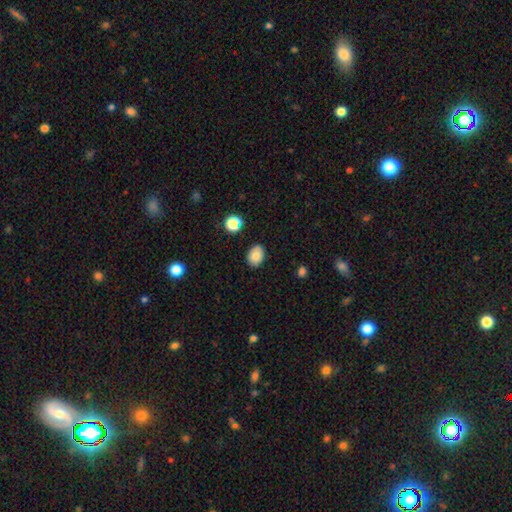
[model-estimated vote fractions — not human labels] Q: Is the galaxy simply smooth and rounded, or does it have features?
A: smooth — 80%.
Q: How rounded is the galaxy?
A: in between — 64%.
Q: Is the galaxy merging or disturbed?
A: none — 86%.